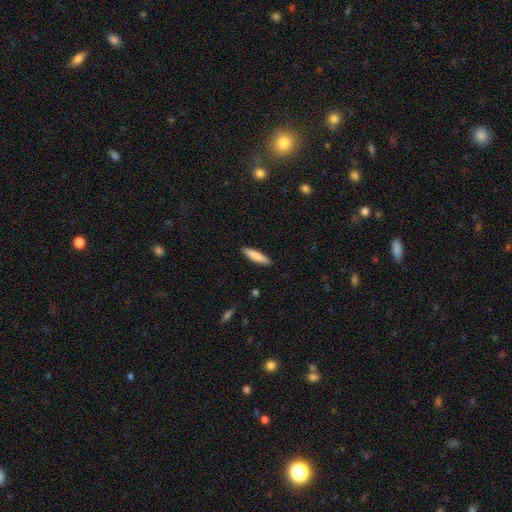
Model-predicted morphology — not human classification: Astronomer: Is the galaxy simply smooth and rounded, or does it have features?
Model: smooth — 81%.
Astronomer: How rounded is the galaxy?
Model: cigar-shaped — 81%.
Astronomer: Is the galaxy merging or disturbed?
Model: none — 90%.